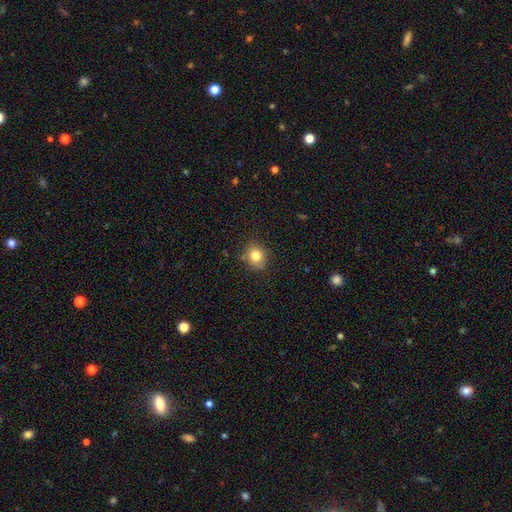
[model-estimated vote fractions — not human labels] smooth-or-featured: smooth: 82% | star or artifact: 11% | featured or disk: 8%
  how-rounded: round: 75% | in between: 24% | cigar-shaped: 1%
  merging: none: 83% | minor disturbance: 13% | major disturbance: 3% | merger: 2%